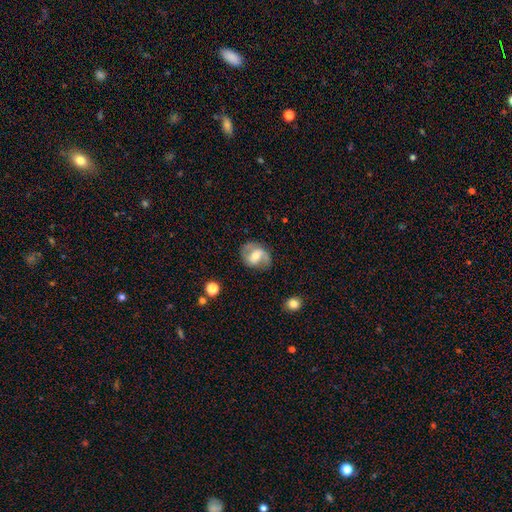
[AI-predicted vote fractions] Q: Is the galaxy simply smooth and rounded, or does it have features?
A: featured or disk — 68%.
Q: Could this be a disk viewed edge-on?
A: no — 97%.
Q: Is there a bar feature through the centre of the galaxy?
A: weak — 46%.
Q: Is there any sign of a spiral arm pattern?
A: yes — 88%.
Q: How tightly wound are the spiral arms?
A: medium — 47%.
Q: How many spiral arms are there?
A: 2 — 84%.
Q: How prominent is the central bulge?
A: moderate — 58%.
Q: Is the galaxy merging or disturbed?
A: none — 71%.